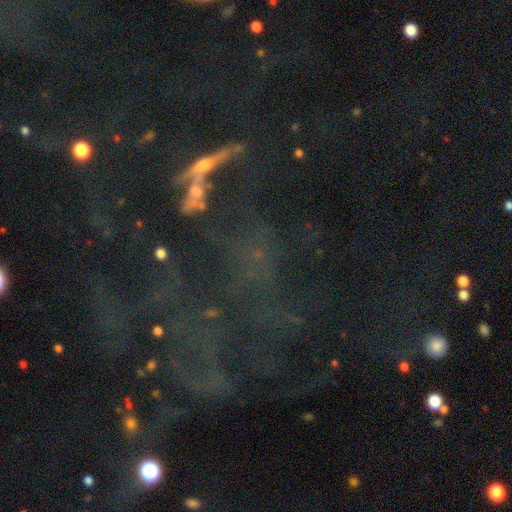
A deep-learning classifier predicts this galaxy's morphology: A star or artifact, not a galaxy (54%).